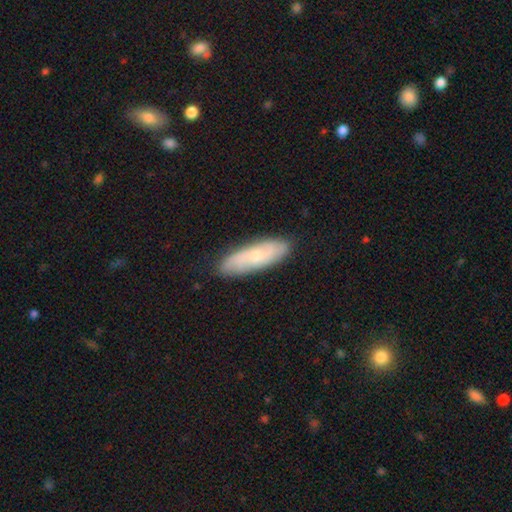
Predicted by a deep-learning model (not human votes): smooth-or-featured: smooth: 47% | featured or disk: 46% | star or artifact: 6%
  merging: none: 85% | minor disturbance: 12% | major disturbance: 2% | merger: 1%